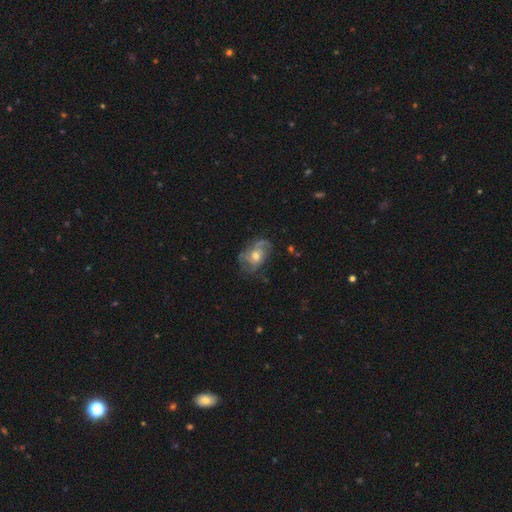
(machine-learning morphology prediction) smooth_or_featured: featured or disk (p=0.72) [alt: smooth p=0.19]
disk_edge_on: no (p=0.96) [alt: yes p=0.04]
bar: no (p=0.75) [alt: weak p=0.21]
has_spiral_arms: yes (p=0.85) [alt: no p=0.15]
spiral_winding: medium (p=0.42) [alt: tight p=0.32]
spiral_arm_count: 2 (p=0.34) [alt: can't tell p=0.28]
bulge_size: moderate (p=0.67) [alt: small p=0.24]
merging: none (p=0.59) [alt: minor disturbance p=0.23]